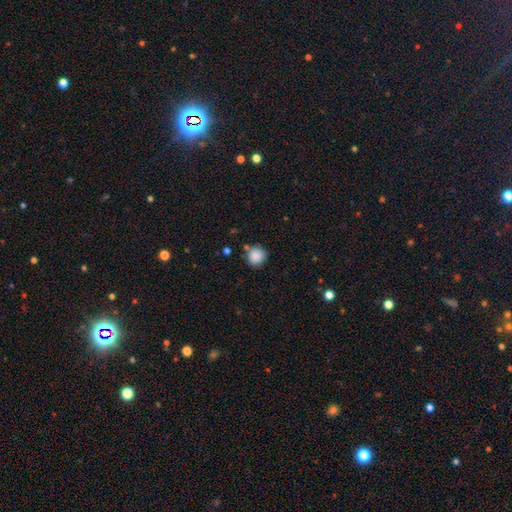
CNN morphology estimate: The model was most divided on "merging": none: 75%, minor disturbance: 14%, merger: 7%, major disturbance: 4%. More confident: how rounded — round (90%); smooth or featured — smooth (88%).